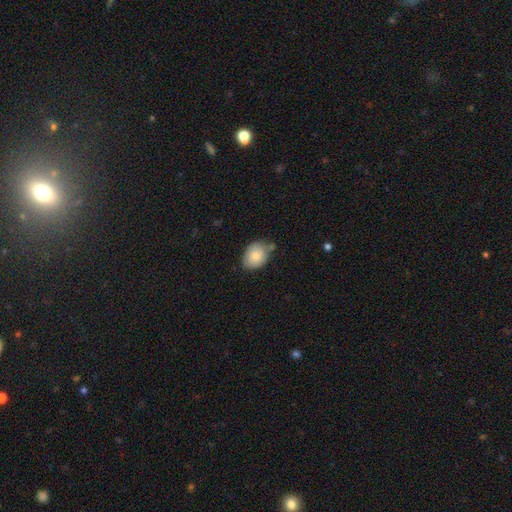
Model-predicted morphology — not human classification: Smooth or featured?
  - smooth: 83% *
  - featured or disk: 10%
  - star or artifact: 7%
How rounded?
  - in between: 65% *
  - round: 34%
  - cigar-shaped: 1%
Merging?
  - none: 65% *
  - minor disturbance: 25%
  - merger: 6%
  - major disturbance: 4%